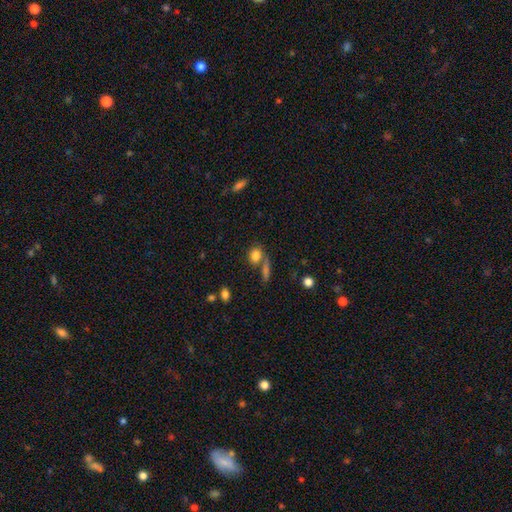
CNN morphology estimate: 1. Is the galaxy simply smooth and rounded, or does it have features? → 81% smooth, 10% star or artifact, 8% featured or disk.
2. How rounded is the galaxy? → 53% round, 44% in between, 4% cigar-shaped.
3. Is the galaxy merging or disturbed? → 53% none, 29% merger, 11% minor disturbance, 6% major disturbance.